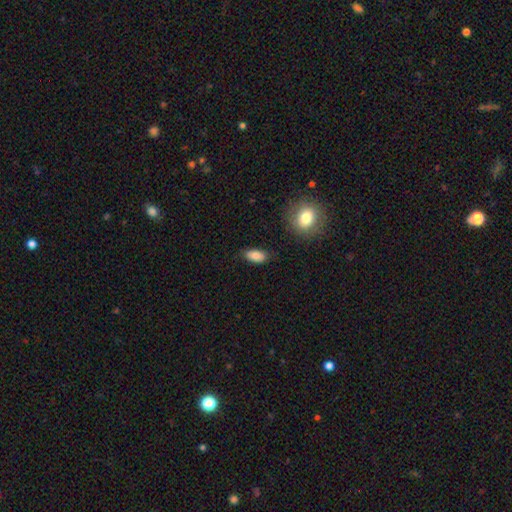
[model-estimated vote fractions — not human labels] This is clearly a smooth galaxy (83%). How rounded: clearly in between (88%). Merging: likely none (78%).